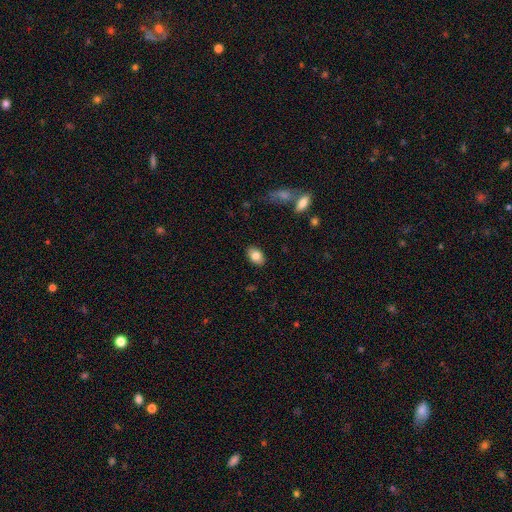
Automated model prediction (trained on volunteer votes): smooth_or_featured: smooth (p=0.82) [alt: featured or disk p=0.11]
how_rounded: in between (p=0.88) [alt: round p=0.11]
merging: none (p=0.88) [alt: minor disturbance p=0.09]